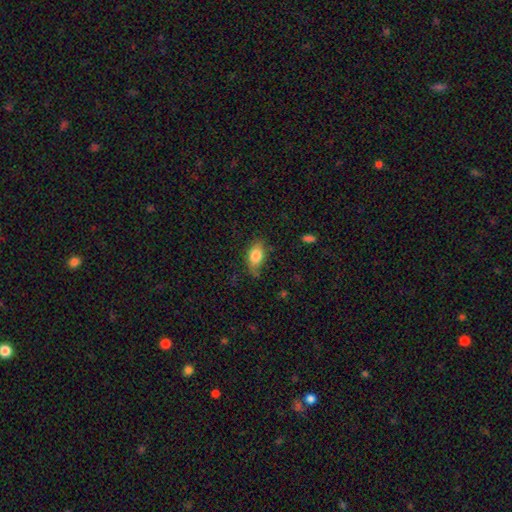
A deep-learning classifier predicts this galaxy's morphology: smooth 79%, featured or disk 13%, star or artifact 8%. Down the decision tree: how rounded — in between (86%); merging — none (63%).